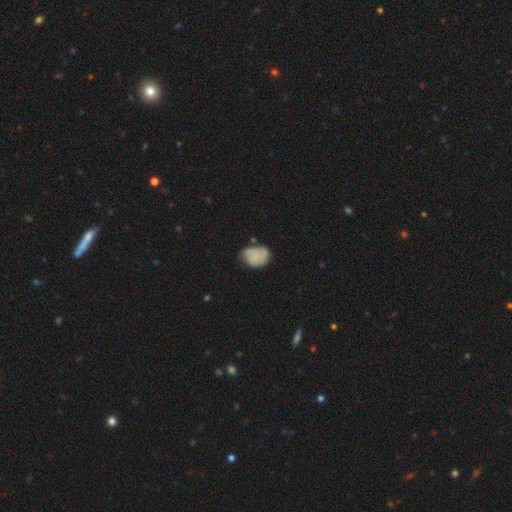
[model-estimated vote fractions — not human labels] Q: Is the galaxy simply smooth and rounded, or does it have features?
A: smooth — 64%.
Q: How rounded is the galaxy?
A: in between — 60%.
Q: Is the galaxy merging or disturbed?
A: none — 44%.